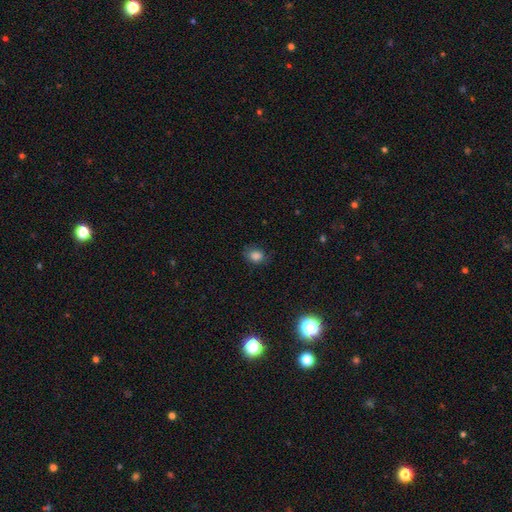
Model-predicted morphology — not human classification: Overall: smooth (82%). How rounded: round (50%; in between 48%). Merging: none (75%).